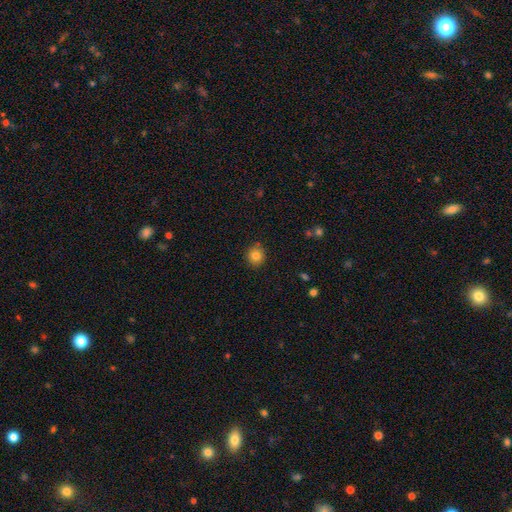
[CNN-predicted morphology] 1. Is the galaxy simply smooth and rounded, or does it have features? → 82% smooth, 11% star or artifact, 7% featured or disk.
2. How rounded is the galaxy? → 89% round, 10% in between, 1% cigar-shaped.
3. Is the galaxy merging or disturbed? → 88% none, 8% minor disturbance, 2% major disturbance, 1% merger.